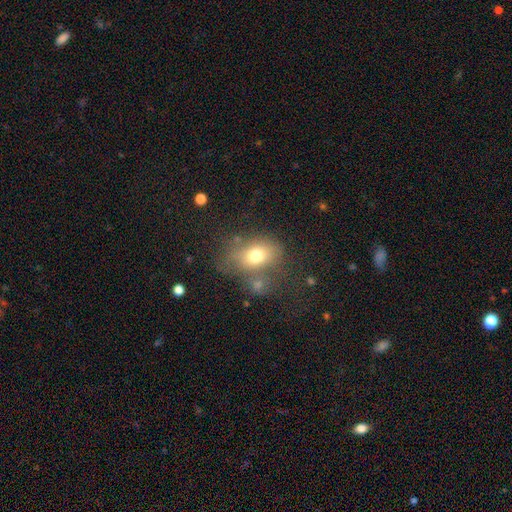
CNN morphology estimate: A smooth galaxy with no disk features (70%) that is in between round and cigar-shaped (69%). Merging: none (45%).